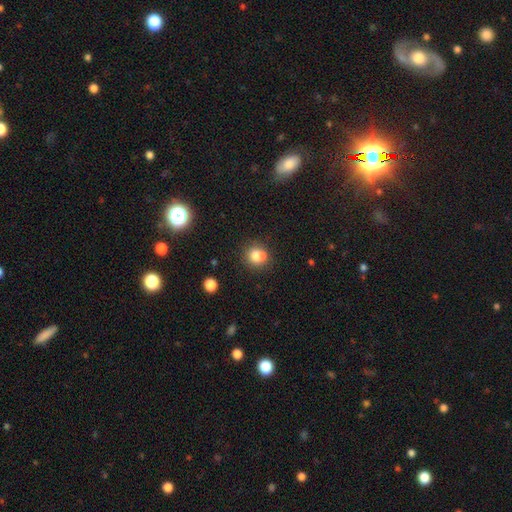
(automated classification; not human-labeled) This is likely a smooth galaxy (75%). How rounded: clearly round (83%). Merging: possibly none (51%).